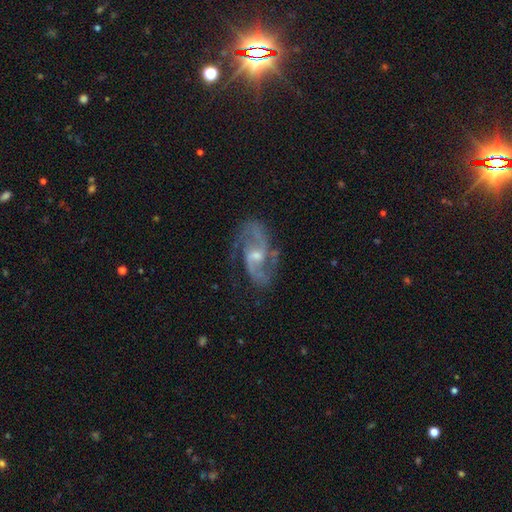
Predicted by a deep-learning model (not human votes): smooth-or-featured: featured or disk: 89% | star or artifact: 5% | smooth: 5%
  disk-edge-on: no: 97% | yes: 3%
    bar: weak: 51% | no: 37% | strong: 11%
    has-spiral-arms: yes: 97% | no: 3%
      spiral-winding: medium: 55% | loose: 28% | tight: 17%
      spiral-arm-count: 2: 89% | can't tell: 4% | 3: 3% | 1: 2% | 4: 1% | more than 4: 1%
    bulge-size: small: 49% | moderate: 45% | none: 4% | large: 2% | dominant: 1%
  merging: none: 72% | minor disturbance: 18% | major disturbance: 9% | merger: 2%